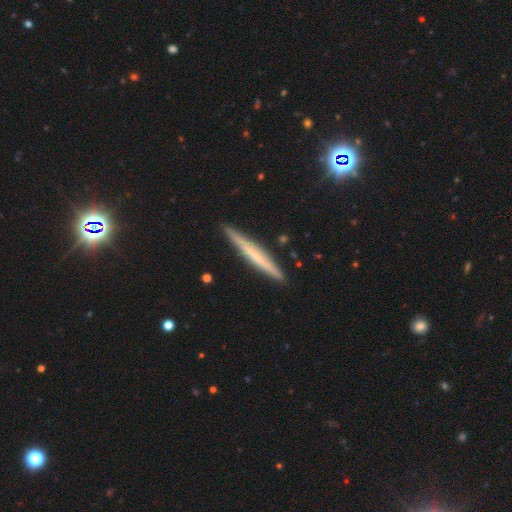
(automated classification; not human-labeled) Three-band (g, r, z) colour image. It shows a featured or disk galaxy (53%) viewed edge-on (96%) with no central bulge (68%). Merging: none (89%).